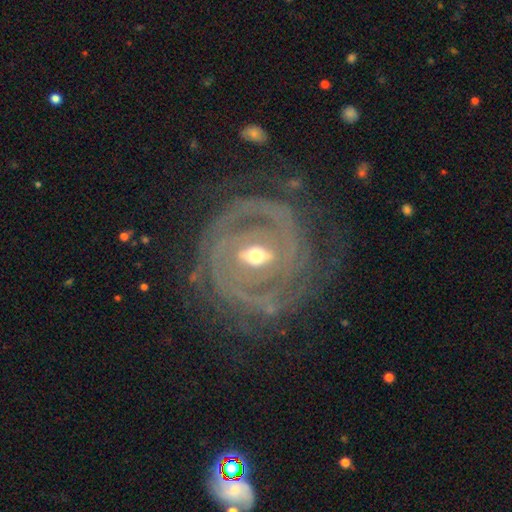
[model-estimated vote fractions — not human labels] A featured or disk galaxy (88%) with a strong bar (49%), tight (72%) spiral arms (83%) and a moderate central bulge (54%).

Vote fractions:
- Smooth or featured? featured or disk: 88% / smooth: 7% / star or artifact: 5%
- Edge-on disk? no: 94% / yes: 6%
- Bar? strong: 49% / weak: 34% / no: 17%
- Spiral arms? yes: 83% / no: 17%
- Spiral winding? tight: 72% / medium: 19% / loose: 8%
- Spiral arm count? can't tell: 38% / 2: 24% / 3: 12% / 4: 10% / more than 4: 9% / 1: 8%
- Bulge size? moderate: 54% / small: 37% / large: 6% / dominant: 1% / none: 1%
- Merging? none: 72% / minor disturbance: 14% / major disturbance: 11% / merger: 2%